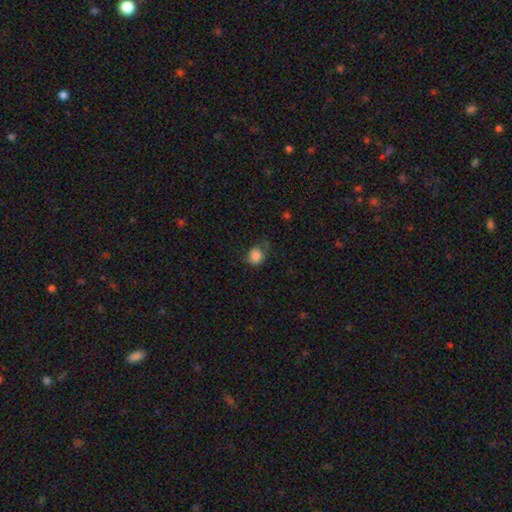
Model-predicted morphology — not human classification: Overall: smooth (85%). How rounded: round (69%; in between 30%). Merging: none (56%; minor disturbance 30%).